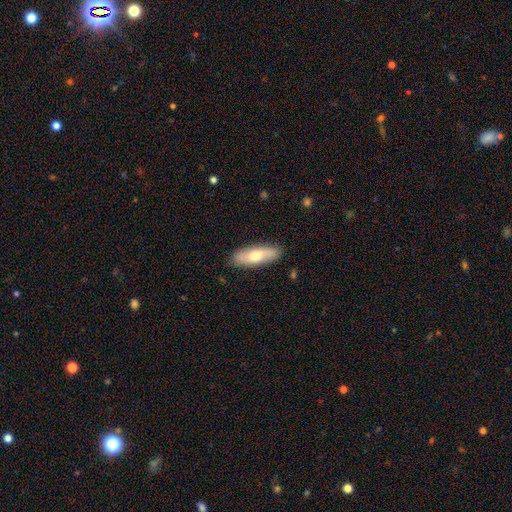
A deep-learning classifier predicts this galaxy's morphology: Smooth or featured? smooth (60%)
How rounded? in between (60%)
Merging? none (86%)